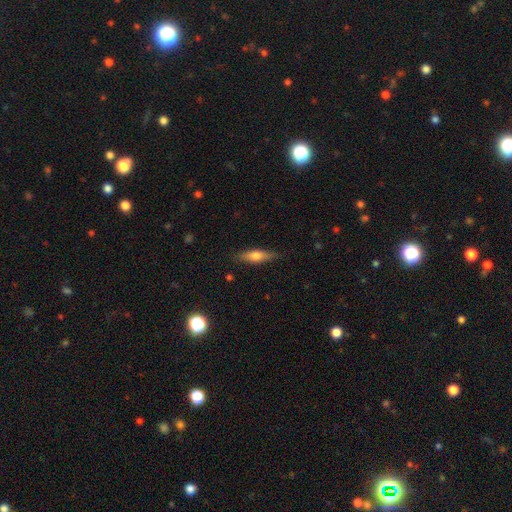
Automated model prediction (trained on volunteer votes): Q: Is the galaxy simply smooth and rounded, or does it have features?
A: smooth — 53%.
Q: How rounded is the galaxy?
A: cigar-shaped — 63%.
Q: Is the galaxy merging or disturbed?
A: none — 84%.